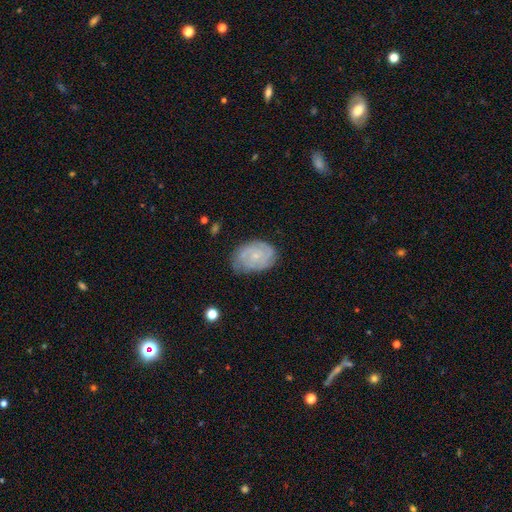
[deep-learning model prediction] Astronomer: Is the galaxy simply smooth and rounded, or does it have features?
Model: featured or disk — 73%.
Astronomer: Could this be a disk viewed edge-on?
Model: no — 98%.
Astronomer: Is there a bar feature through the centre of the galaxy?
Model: no — 73%.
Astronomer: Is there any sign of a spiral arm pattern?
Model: yes — 91%.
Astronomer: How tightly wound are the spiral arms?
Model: tight — 63%.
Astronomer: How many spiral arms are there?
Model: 2 — 32%, tied with can't tell at 32%.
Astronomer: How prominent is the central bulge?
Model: small — 77%.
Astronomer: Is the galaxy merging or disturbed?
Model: none — 68%.